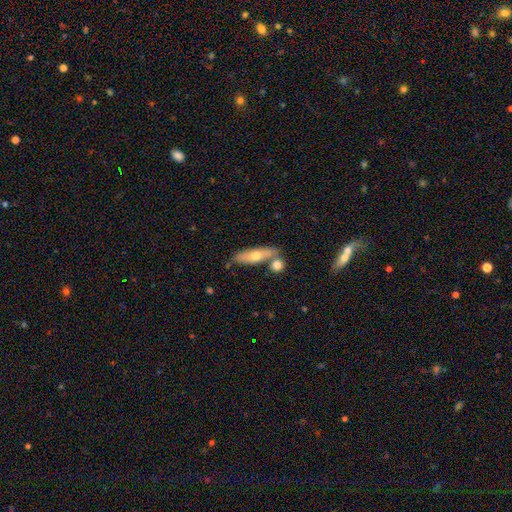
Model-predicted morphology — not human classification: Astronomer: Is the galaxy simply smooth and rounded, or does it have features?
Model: smooth — 60%.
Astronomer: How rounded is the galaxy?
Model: cigar-shaped — 60% (runner-up: in between, 37%).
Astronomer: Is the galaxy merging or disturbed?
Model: none — 64%.